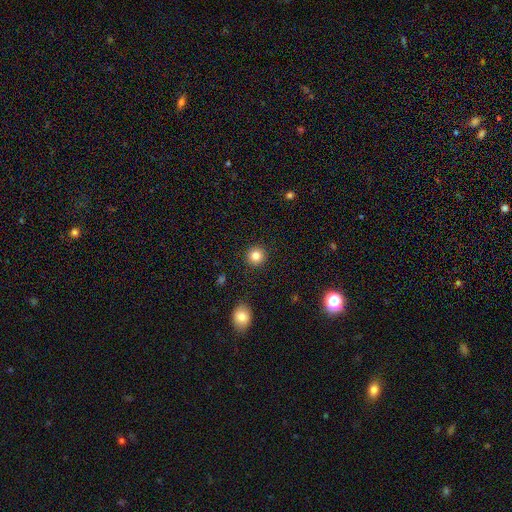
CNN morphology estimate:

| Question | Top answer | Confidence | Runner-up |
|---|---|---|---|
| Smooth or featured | smooth | 83% | star or artifact (11%) |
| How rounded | round | 94% | in between (5%) |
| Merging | none | 92% | minor disturbance (5%) |